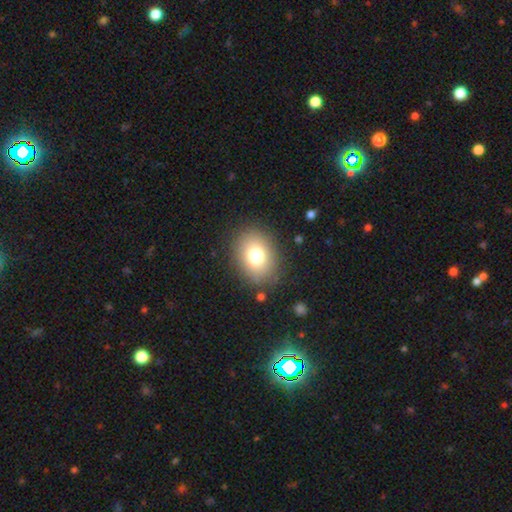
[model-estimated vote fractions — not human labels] Smooth or featured: smooth — 76% (featured or disk — 12%)
How rounded: in between — 61% (round — 38%)
Merging: none — 85% (minor disturbance — 10%)